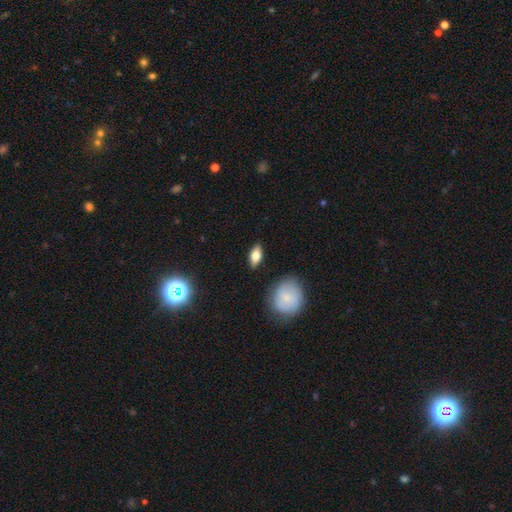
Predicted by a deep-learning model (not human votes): This appears to be a smooth galaxy with no disk features (66%) that is in between round and cigar-shaped (80%). Merging: none (86%).